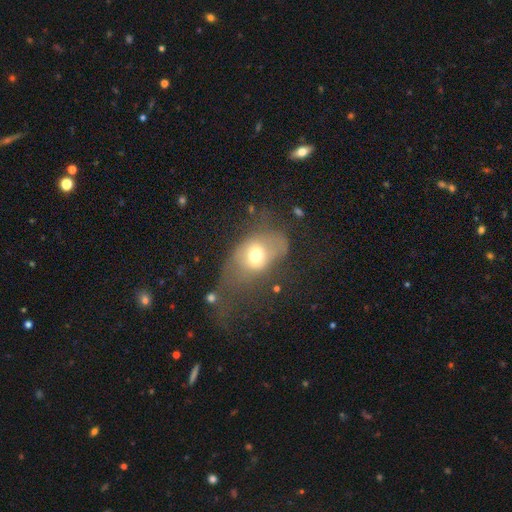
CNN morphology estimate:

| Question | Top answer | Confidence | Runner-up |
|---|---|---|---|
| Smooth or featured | smooth | 62% | featured or disk (27%) |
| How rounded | in between | 65% | round (33%) |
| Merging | major disturbance | 46% | none (27%) |